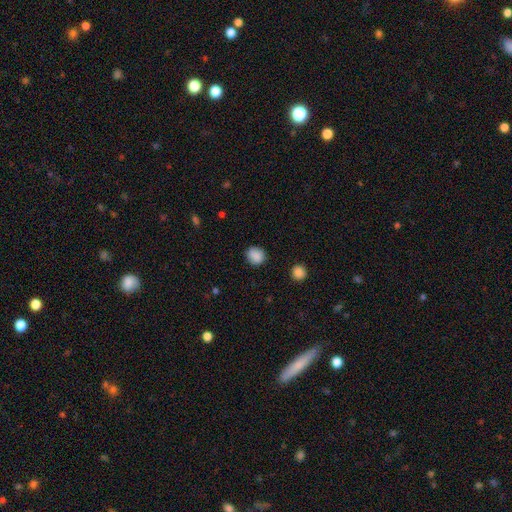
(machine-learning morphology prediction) Smooth or featured?
  - smooth: 87% *
  - star or artifact: 9%
  - featured or disk: 4%
How rounded?
  - round: 77% *
  - in between: 22%
  - cigar-shaped: 1%
Merging?
  - none: 86% *
  - minor disturbance: 10%
  - major disturbance: 3%
  - merger: 1%